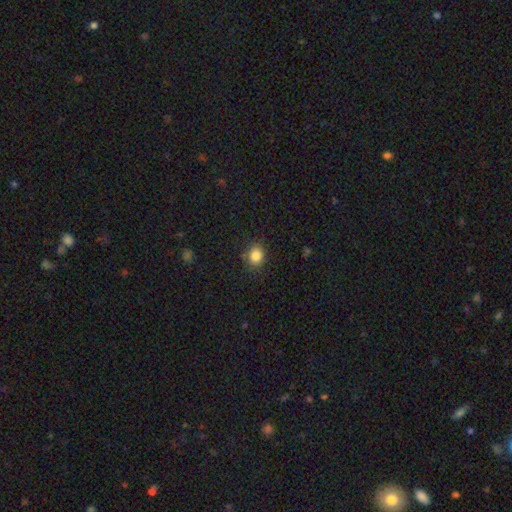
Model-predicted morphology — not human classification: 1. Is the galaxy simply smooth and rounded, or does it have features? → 84% smooth, 11% star or artifact, 5% featured or disk.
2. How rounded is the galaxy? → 74% round, 25% in between, 1% cigar-shaped.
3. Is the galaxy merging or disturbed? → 83% none, 12% minor disturbance, 3% major disturbance, 2% merger.